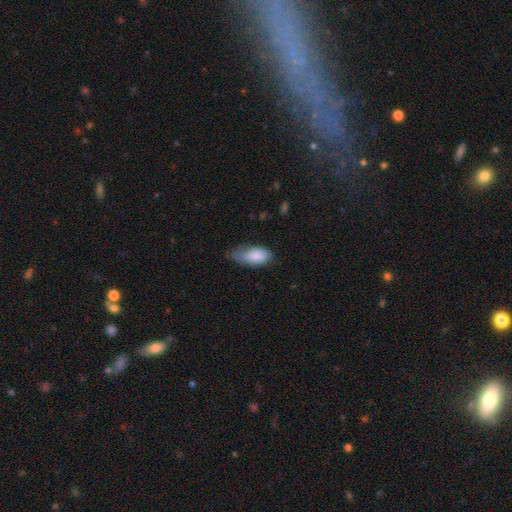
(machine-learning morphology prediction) type=smooth (84%); roundness=in between (89%); merging=minor disturbance (44%).